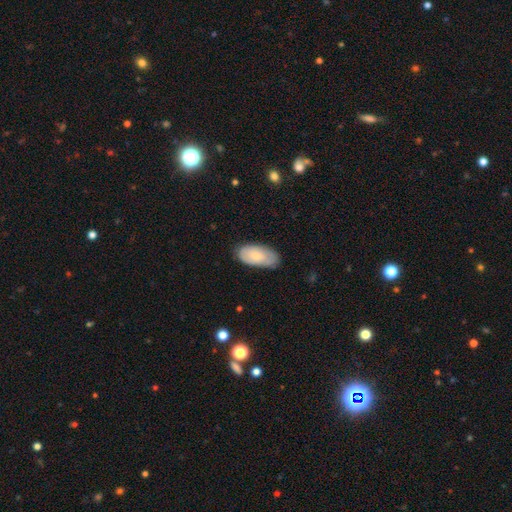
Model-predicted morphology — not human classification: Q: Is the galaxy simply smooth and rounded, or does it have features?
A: smooth — 69%.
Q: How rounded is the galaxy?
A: in between — 93%.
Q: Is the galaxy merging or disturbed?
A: none — 73%.